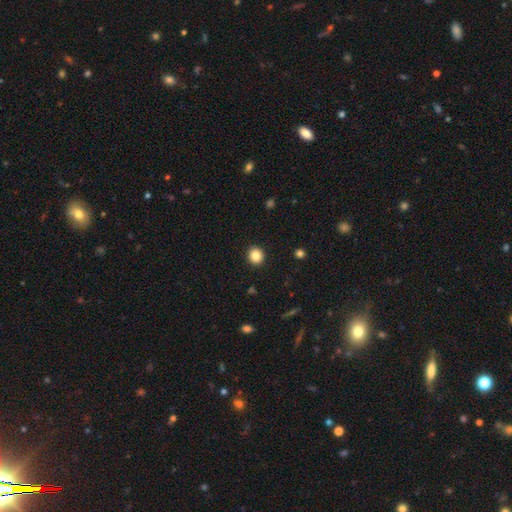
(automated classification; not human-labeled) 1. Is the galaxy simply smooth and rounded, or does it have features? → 85% smooth, 10% star or artifact, 5% featured or disk.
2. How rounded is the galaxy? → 86% round, 14% in between, 1% cigar-shaped.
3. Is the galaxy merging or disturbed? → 93% none, 5% minor disturbance, 2% major disturbance, 1% merger.